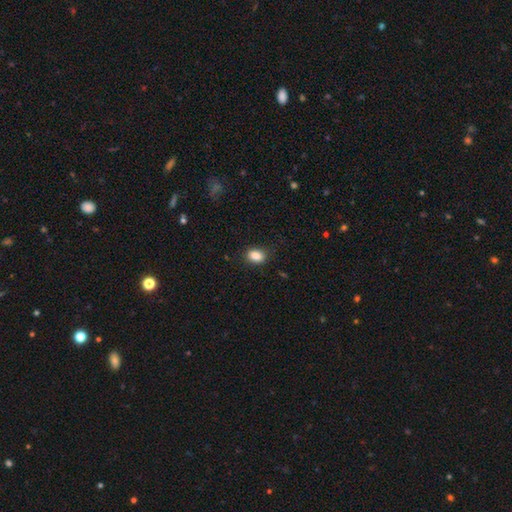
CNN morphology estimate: This appears to be a smooth galaxy with no disk features (86%) that is in between round and cigar-shaped (70%). Merging: none (82%).